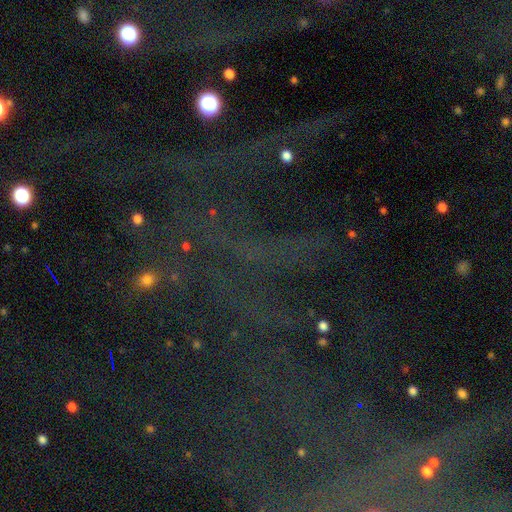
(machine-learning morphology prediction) Smooth or featured? Predicted: star or artifact (p=0.77).